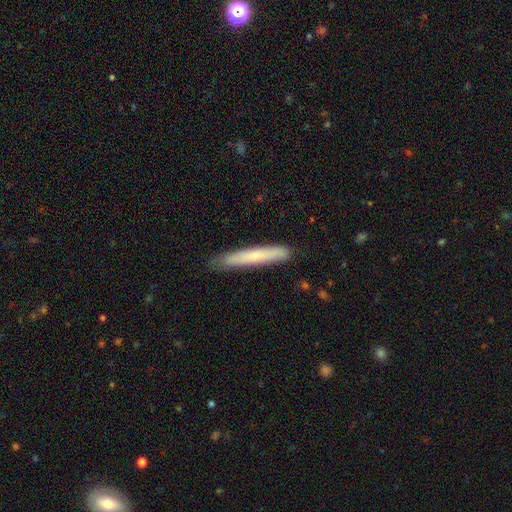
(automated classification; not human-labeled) Q: Smooth or featured?
A: smooth (63%); runner-up: featured or disk (31%)
Q: How rounded?
A: cigar-shaped (96%); runner-up: in between (3%)
Q: Merging?
A: none (82%); runner-up: minor disturbance (14%)